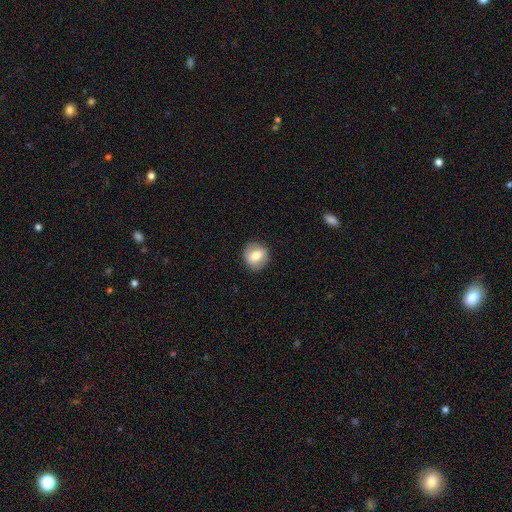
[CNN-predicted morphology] Smooth or featured? smooth (66%)
How rounded? round (82%)
Merging? none (87%)